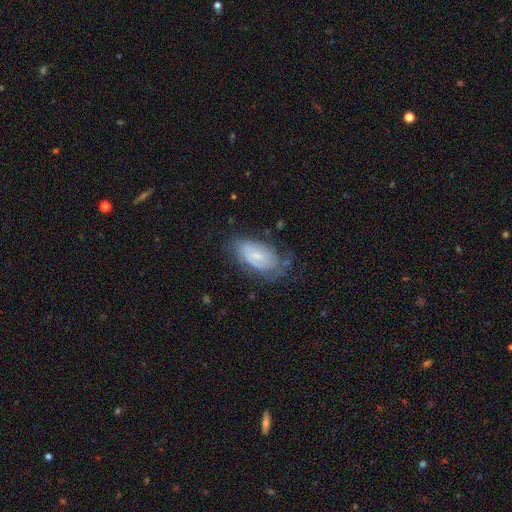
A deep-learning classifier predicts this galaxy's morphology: featured or disk 53%, smooth 37%, star or artifact 10%. Down the decision tree: edge-on disk — no (93%); merging — none (55%).